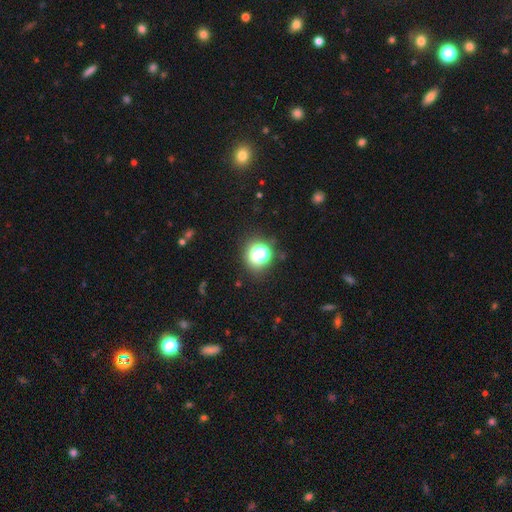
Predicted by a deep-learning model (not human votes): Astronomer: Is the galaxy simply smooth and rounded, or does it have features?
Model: smooth — 53% (runner-up: star or artifact, 38%).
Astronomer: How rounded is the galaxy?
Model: round — 81%.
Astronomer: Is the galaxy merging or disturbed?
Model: none — 74%.